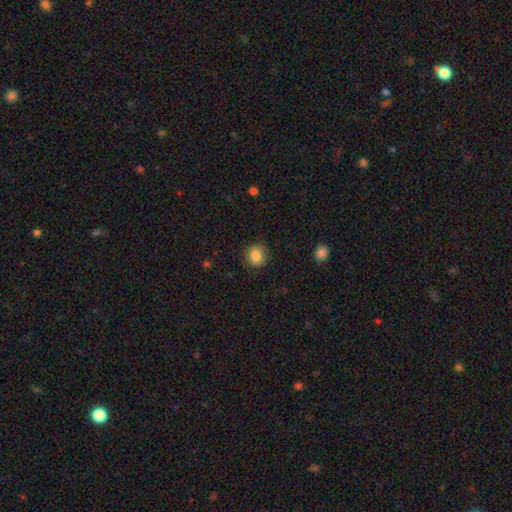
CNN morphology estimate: This appears to be a smooth galaxy with no disk features (85%) that is round (80%). Merging: none (88%).